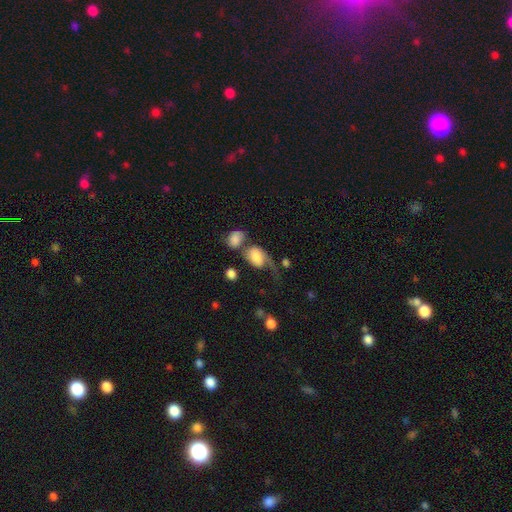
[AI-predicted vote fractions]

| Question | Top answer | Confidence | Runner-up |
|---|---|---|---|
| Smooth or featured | smooth | 63% | featured or disk (29%) |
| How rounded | in between | 71% | round (28%) |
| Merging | major disturbance | 34% | merger (29%) |